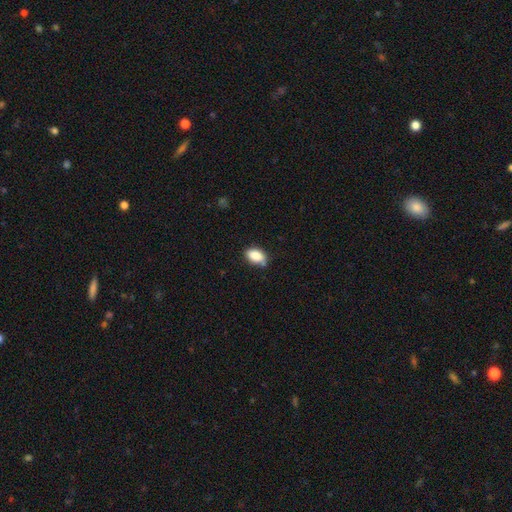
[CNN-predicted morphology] smooth_or_featured: smooth (p=0.87) [alt: star or artifact p=0.08]
how_rounded: in between (p=0.89) [alt: round p=0.09]
merging: none (p=0.74) [alt: minor disturbance p=0.20]